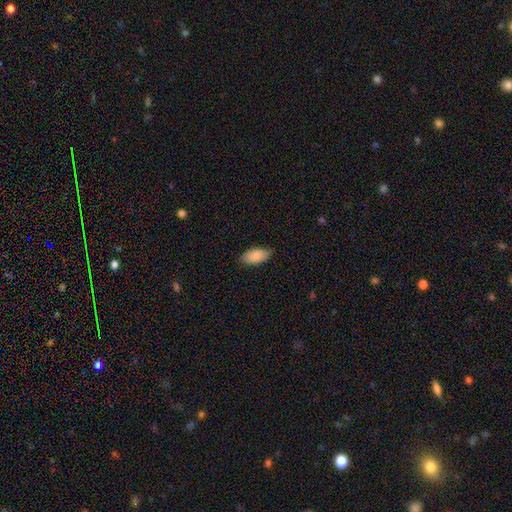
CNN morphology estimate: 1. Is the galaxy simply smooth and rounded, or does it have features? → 88% smooth, 6% featured or disk, 6% star or artifact.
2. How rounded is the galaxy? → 94% in between, 4% cigar-shaped, 2% round.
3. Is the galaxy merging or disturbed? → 78% none, 19% minor disturbance, 3% major disturbance, 1% merger.